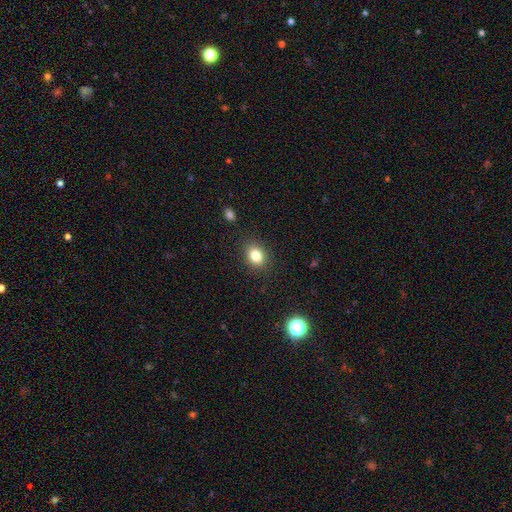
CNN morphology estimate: This appears to be a smooth galaxy with no disk features (82%) that is round (52%). Merging: none (87%).